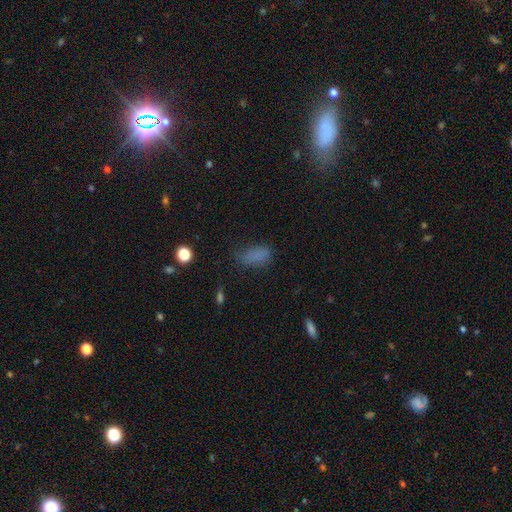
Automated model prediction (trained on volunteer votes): A smooth galaxy with no disk features (76%) that is in between round and cigar-shaped (85%).

Vote fractions:
- Smooth or featured? smooth: 76% / star or artifact: 15% / featured or disk: 9%
- How rounded? in between: 85% / cigar-shaped: 10% / round: 5%
- Merging? none: 55% / minor disturbance: 28% / major disturbance: 14% / merger: 3%